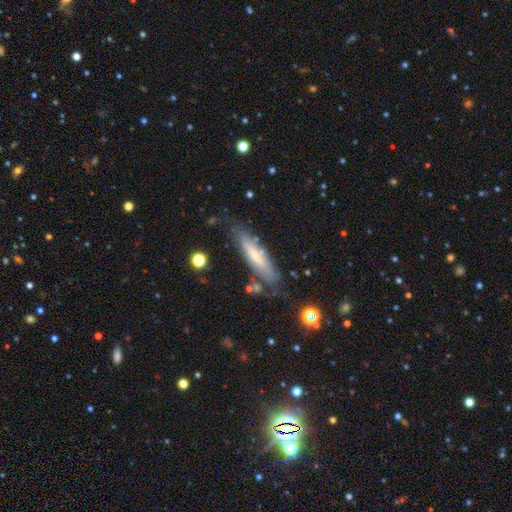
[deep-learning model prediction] Q: Smooth or featured?
A: featured or disk (48%); runner-up: smooth (45%)
Q: Merging?
A: none (71%); runner-up: minor disturbance (19%)